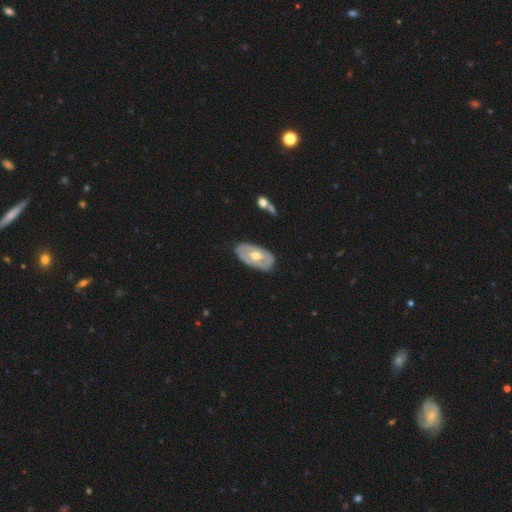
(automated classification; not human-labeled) The model was most divided on "smooth or featured": featured or disk: 60%, smooth: 35%, star or artifact: 5%. More confident: edge-on disk — no (88%); bulge size — moderate (78%); merging — none (77%); bar — no (67%); spiral arms — no (66%).